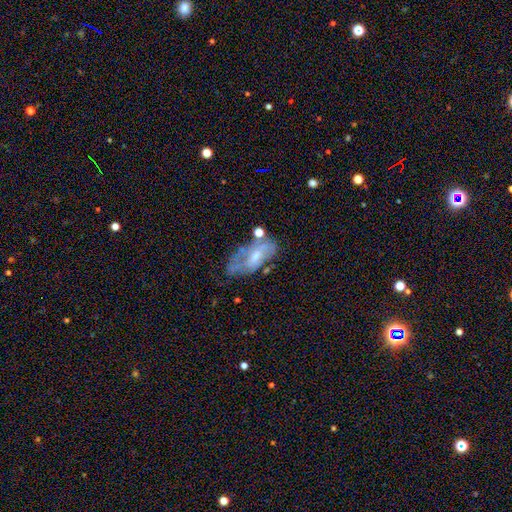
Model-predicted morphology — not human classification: smooth-or-featured: featured or disk: 60% | smooth: 32% | star or artifact: 9%
  disk-edge-on: no: 91% | yes: 9%
    bar: no: 53% | weak: 37% | strong: 10%
    has-spiral-arms: no: 51% | yes: 49%
    bulge-size: small: 45% | moderate: 41% | none: 9% | large: 3% | dominant: 1%
  merging: none: 39% | minor disturbance: 28% | major disturbance: 21% | merger: 11%